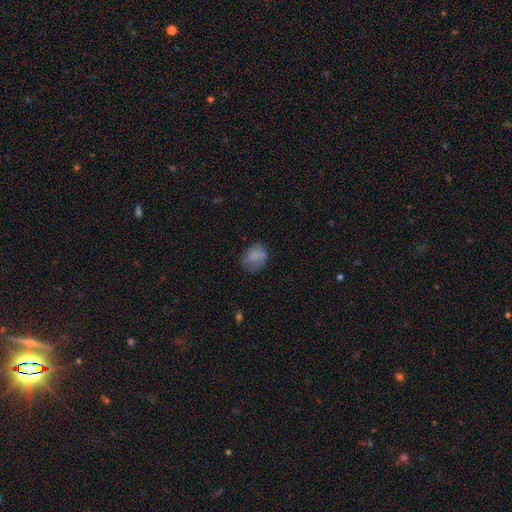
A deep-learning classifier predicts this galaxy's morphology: This is likely a smooth galaxy (77%). How rounded: possibly in between (60%). Merging: possibly none (57%).